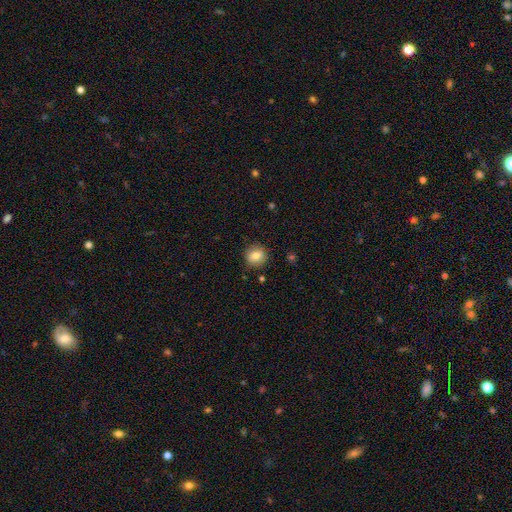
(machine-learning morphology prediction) type=smooth (80%); roundness=round (86%); merging=none (86%).